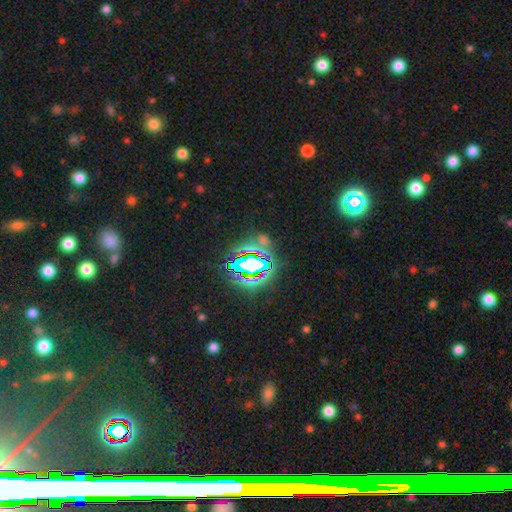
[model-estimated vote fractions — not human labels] Smooth or featured? star or artifact (80%)